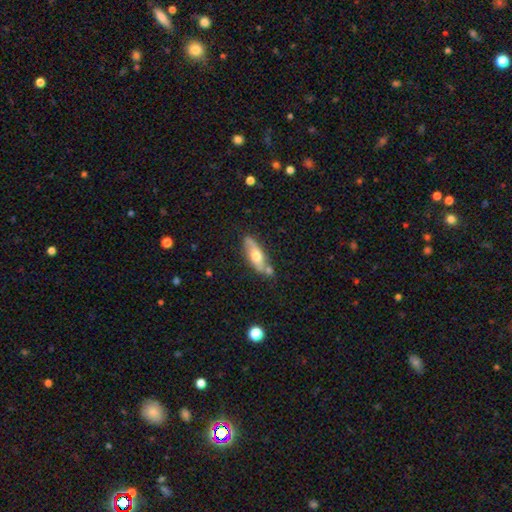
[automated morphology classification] Smooth or featured? smooth (50%)
How rounded? in between (59%)
Merging? none (64%)